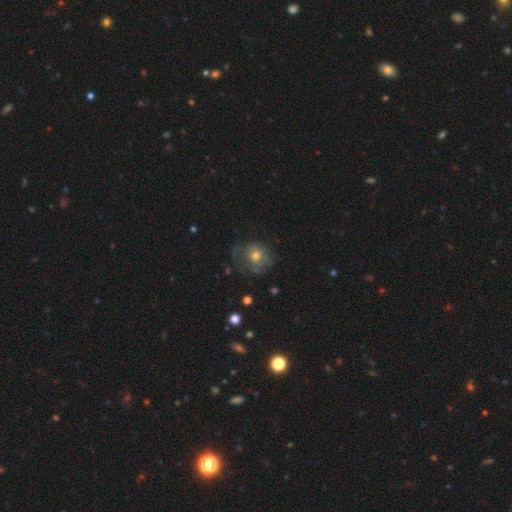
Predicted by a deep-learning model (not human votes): This appears to be a smooth galaxy with no disk features (48%). Merging: none (52%).